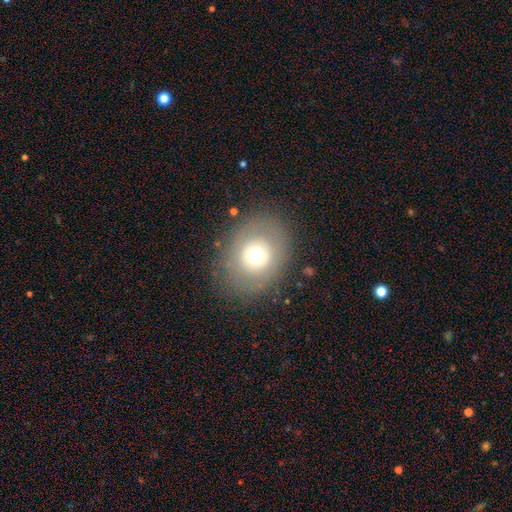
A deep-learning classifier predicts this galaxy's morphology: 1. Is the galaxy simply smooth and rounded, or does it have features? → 61% smooth, 27% featured or disk, 13% star or artifact.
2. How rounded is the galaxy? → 66% round, 33% in between, 1% cigar-shaped.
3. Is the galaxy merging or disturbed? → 82% none, 10% minor disturbance, 7% major disturbance, 1% merger.